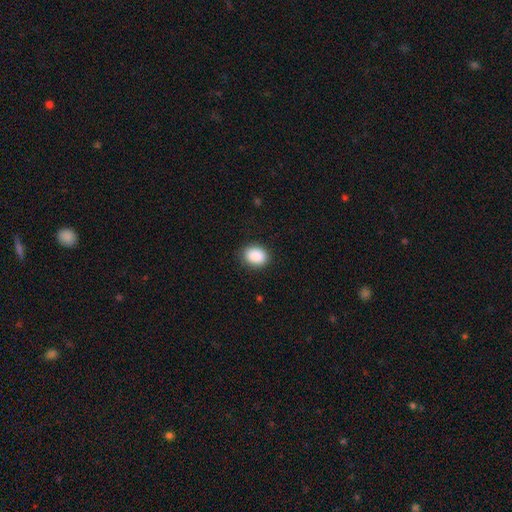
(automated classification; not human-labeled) Smooth or featured? smooth (90%)
How rounded? in between (62%)
Merging? none (87%)